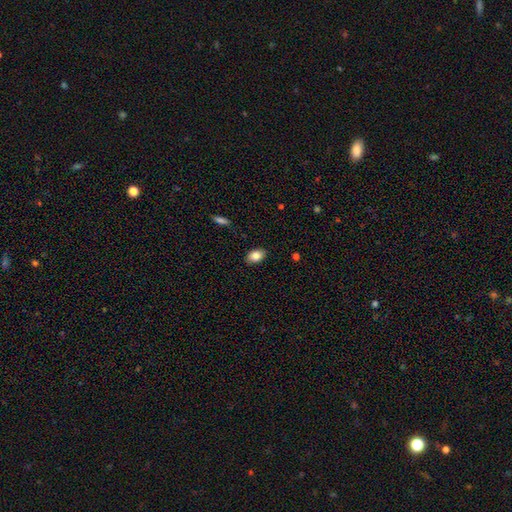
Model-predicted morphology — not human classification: A smooth galaxy with no disk features (83%) that is in between round and cigar-shaped (89%).

Vote fractions:
- Smooth or featured? smooth: 83% / featured or disk: 9% / star or artifact: 8%
- How rounded? in between: 89% / round: 9% / cigar-shaped: 2%
- Merging? none: 88% / minor disturbance: 9% / major disturbance: 2% / merger: 1%